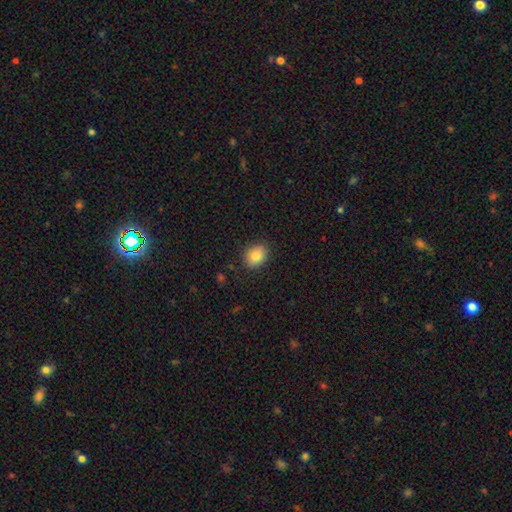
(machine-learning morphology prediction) The model was most divided on "how rounded": round: 52%, in between: 47%, cigar-shaped: 1%. More confident: merging — none (86%); smooth or featured — smooth (83%).